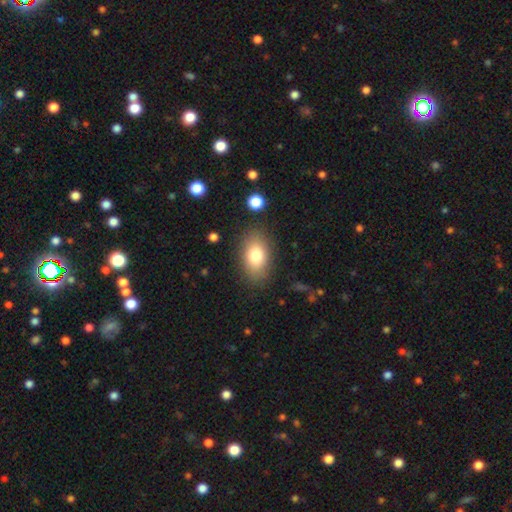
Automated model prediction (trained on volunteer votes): Smooth or featured?
  - smooth: 78% *
  - featured or disk: 14%
  - star or artifact: 8%
How rounded?
  - in between: 88% *
  - round: 11%
  - cigar-shaped: 2%
Merging?
  - none: 84% *
  - minor disturbance: 11%
  - major disturbance: 4%
  - merger: 2%